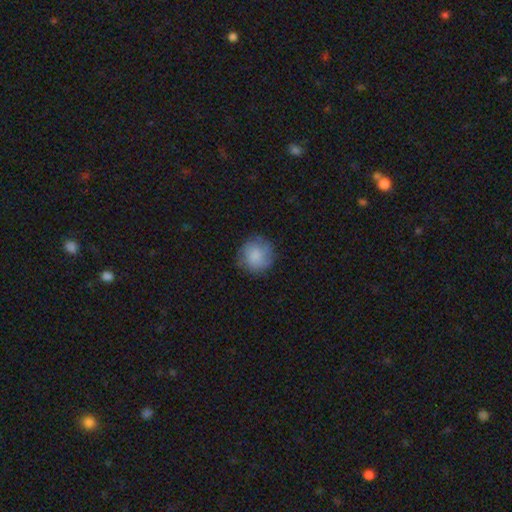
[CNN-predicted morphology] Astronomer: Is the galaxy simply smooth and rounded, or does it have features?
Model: smooth — 78%.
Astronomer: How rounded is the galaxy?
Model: round — 91%.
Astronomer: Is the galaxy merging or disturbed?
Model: none — 76%.